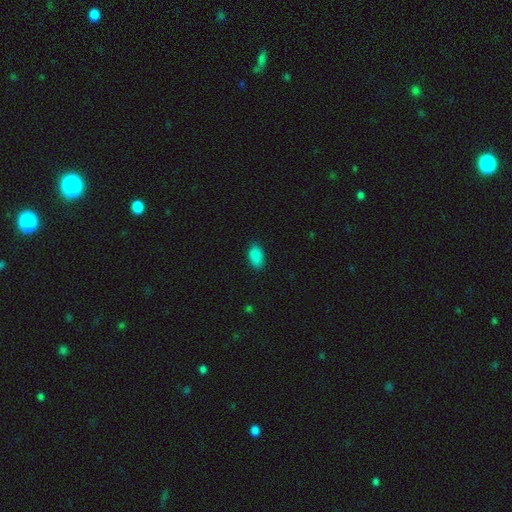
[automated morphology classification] type=smooth (88%); roundness=in between (93%); merging=none (86%).